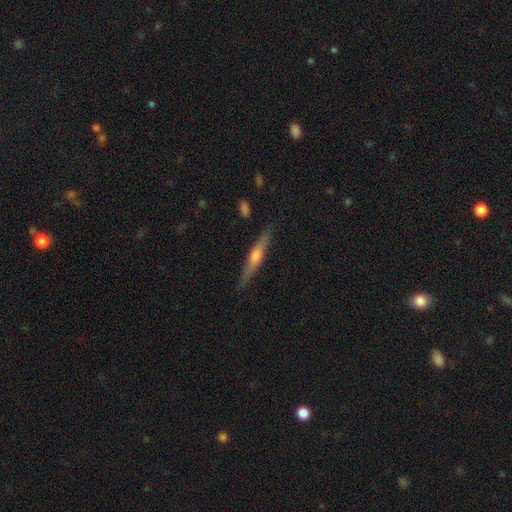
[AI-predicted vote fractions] Morphology: type=featured or disk (62%); edge-on=yes (96%); edge-on bulge=rounded (80%); merging=none (87%).